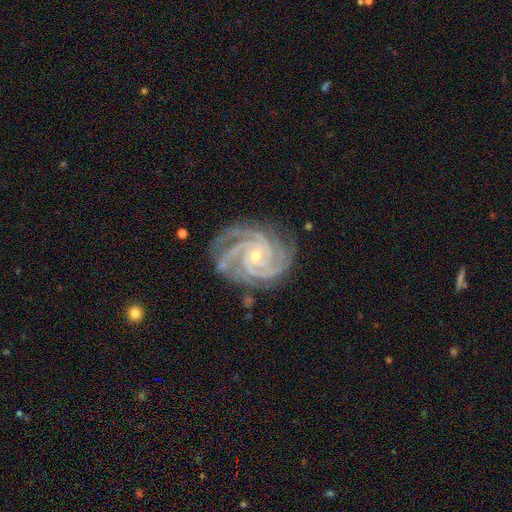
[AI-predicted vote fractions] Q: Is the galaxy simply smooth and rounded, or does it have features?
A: featured or disk — 93%.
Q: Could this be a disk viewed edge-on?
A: no — 98%.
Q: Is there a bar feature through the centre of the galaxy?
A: no — 67%.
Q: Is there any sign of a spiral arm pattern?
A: yes — 99%.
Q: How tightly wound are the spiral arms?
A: tight — 76%.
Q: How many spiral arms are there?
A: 4 — 38%.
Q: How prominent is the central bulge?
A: small — 75%.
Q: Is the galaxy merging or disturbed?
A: none — 76%.